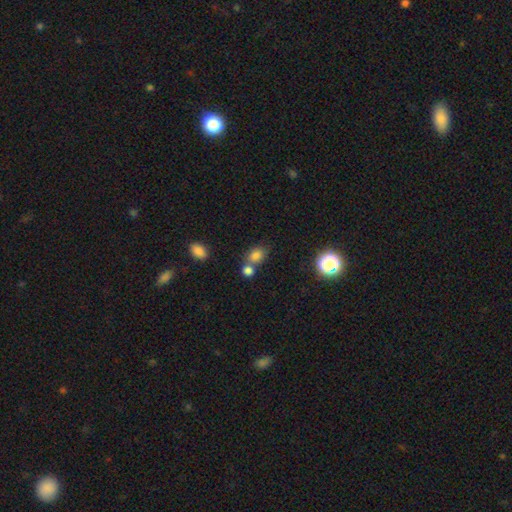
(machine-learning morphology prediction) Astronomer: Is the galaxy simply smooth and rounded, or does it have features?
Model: smooth — 78%.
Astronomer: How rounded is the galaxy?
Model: in between — 53% (runner-up: round, 45%).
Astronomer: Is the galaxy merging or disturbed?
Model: none — 48% (runner-up: merger, 38%).